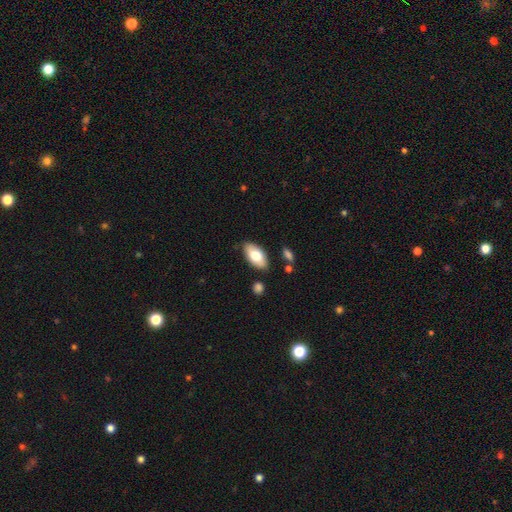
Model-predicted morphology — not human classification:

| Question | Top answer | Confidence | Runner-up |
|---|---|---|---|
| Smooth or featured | smooth | 76% | featured or disk (18%) |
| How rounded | in between | 94% | cigar-shaped (4%) |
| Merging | none | 84% | minor disturbance (11%) |